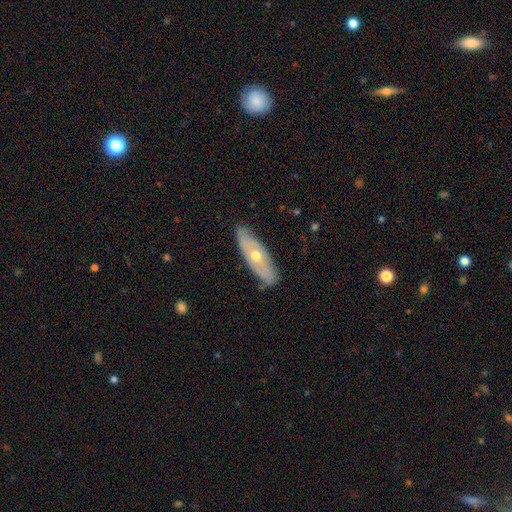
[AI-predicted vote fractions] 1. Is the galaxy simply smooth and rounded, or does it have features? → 57% featured or disk, 37% smooth, 6% star or artifact.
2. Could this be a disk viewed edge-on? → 63% no, 37% yes.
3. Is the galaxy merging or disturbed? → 81% none, 15% minor disturbance, 3% major disturbance, 1% merger.